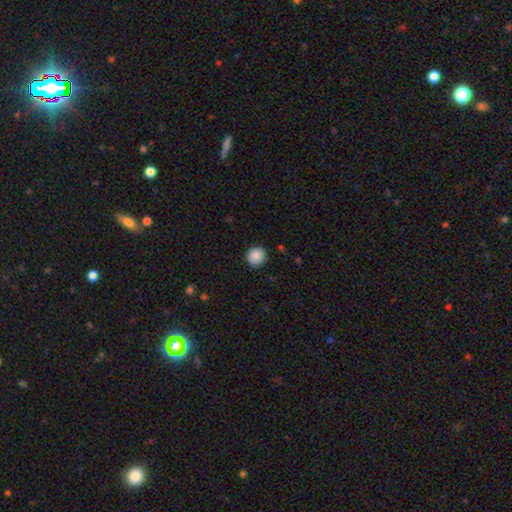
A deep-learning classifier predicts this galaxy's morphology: The model was most divided on "smooth or featured": smooth: 88%, star or artifact: 8%, featured or disk: 3%. More confident: how rounded — round (92%); merging — none (90%).